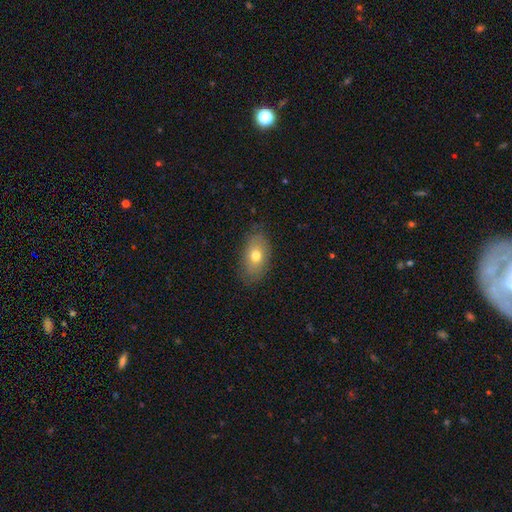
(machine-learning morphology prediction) This appears to be a smooth galaxy with no disk features (72%) that is in between round and cigar-shaped (89%). Merging: none (82%).